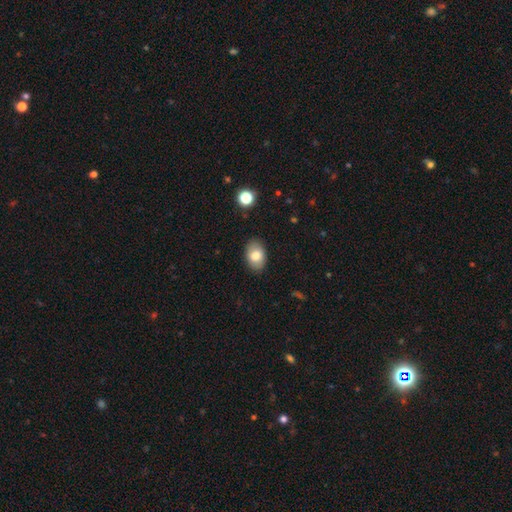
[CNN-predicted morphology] type=smooth (80%); roundness=in between (86%); merging=none (86%).